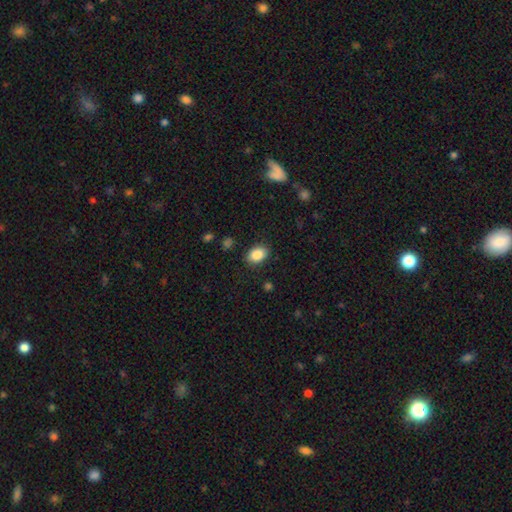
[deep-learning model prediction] This is clearly a smooth galaxy (87%). How rounded: clearly in between (81%). Merging: clearly none (86%).